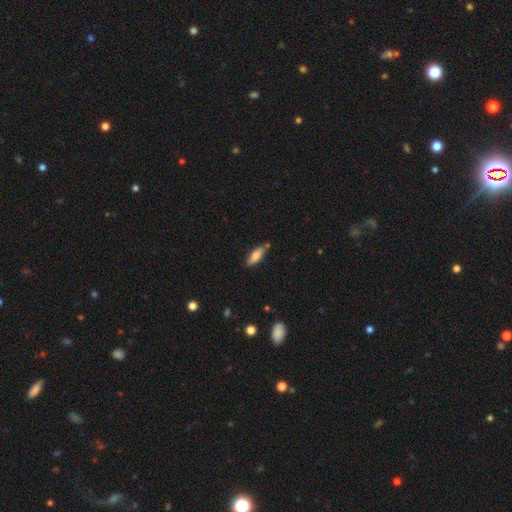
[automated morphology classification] Overall: smooth (74%). How rounded: in between (60%; cigar-shaped 38%). Merging: none (74%).